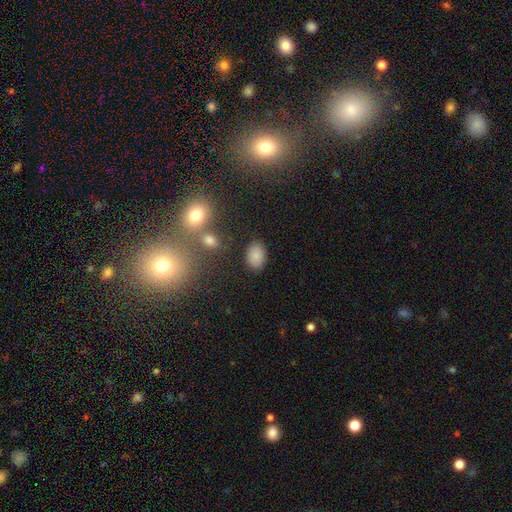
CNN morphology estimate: Smooth or featured: smooth — 83% (star or artifact — 11%)
How rounded: in between — 83% (round — 15%)
Merging: none — 84% (minor disturbance — 10%)